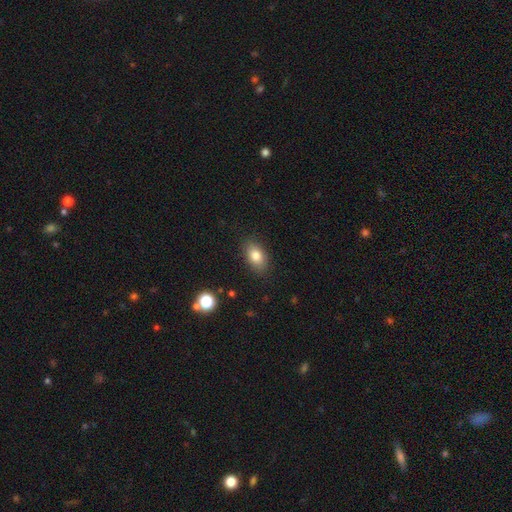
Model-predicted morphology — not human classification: Smooth or featured?
  - smooth: 80% *
  - featured or disk: 11%
  - star or artifact: 9%
How rounded?
  - in between: 86% *
  - round: 12%
  - cigar-shaped: 2%
Merging?
  - none: 86% *
  - minor disturbance: 10%
  - major disturbance: 3%
  - merger: 1%